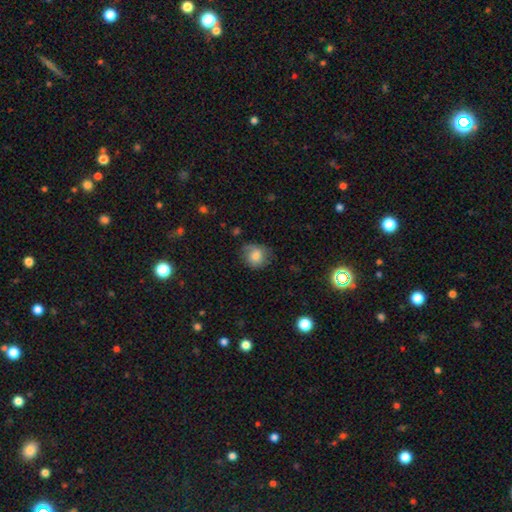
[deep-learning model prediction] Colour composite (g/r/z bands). It shows a smooth galaxy with no disk features (75%) that is round (73%). Merging: none (62%).